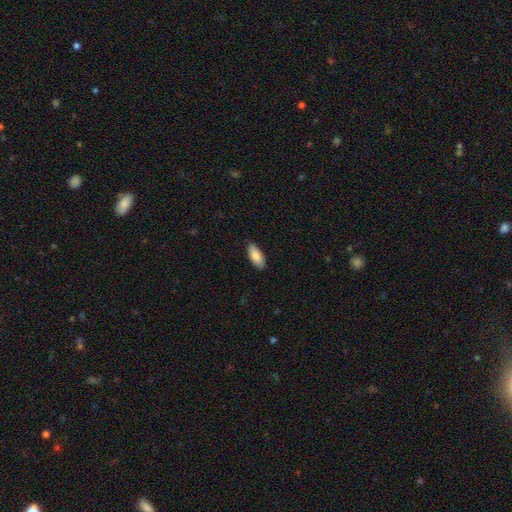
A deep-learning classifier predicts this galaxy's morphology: This is clearly a smooth galaxy (86%). How rounded: clearly in between (85%). Merging: clearly none (85%).